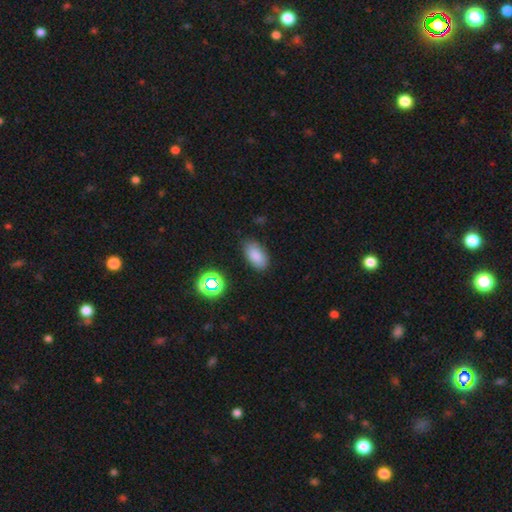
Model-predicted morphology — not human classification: A smooth galaxy with no disk features (82%) that is in between round and cigar-shaped (92%).

Vote fractions:
- Smooth or featured? smooth: 82% / star or artifact: 11% / featured or disk: 7%
- How rounded? in between: 92% / round: 5% / cigar-shaped: 2%
- Merging? none: 82% / minor disturbance: 13% / major disturbance: 3% / merger: 2%